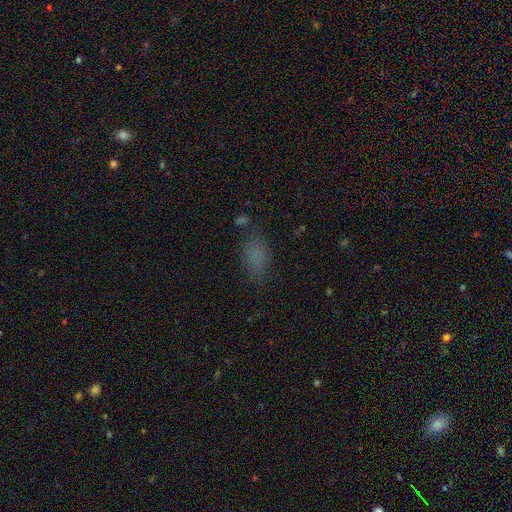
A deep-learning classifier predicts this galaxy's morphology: Q: Smooth or featured?
A: smooth (75%); runner-up: star or artifact (17%)
Q: How rounded?
A: in between (87%); runner-up: round (7%)
Q: Merging?
A: none (70%); runner-up: minor disturbance (18%)